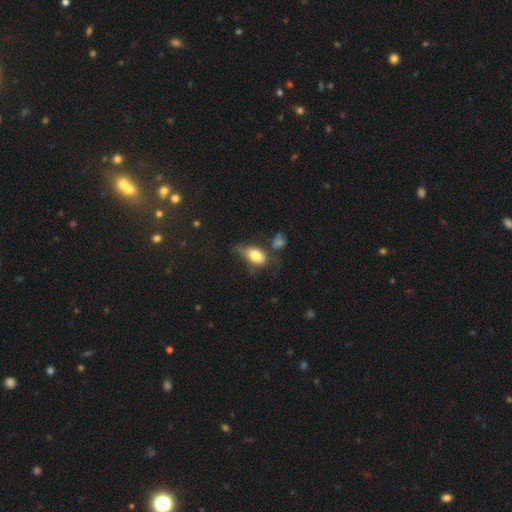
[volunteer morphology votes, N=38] This is likely a smooth galaxy (76%). How rounded: clearly in between (93%). Merging: marginally minor disturbance (44%).